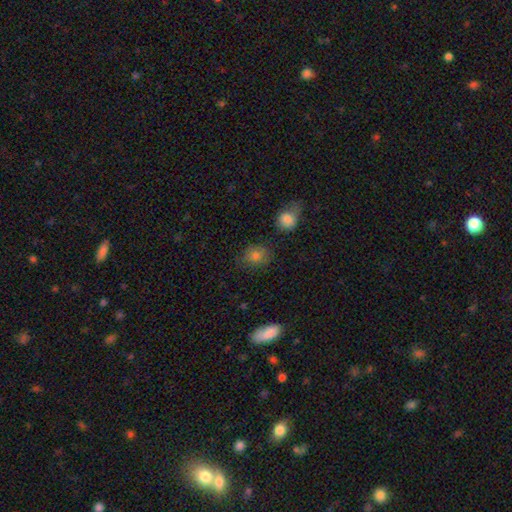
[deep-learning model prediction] smooth 81%, star or artifact 12%, featured or disk 8%. Down the decision tree: how rounded — round (57%); merging — none (76%).